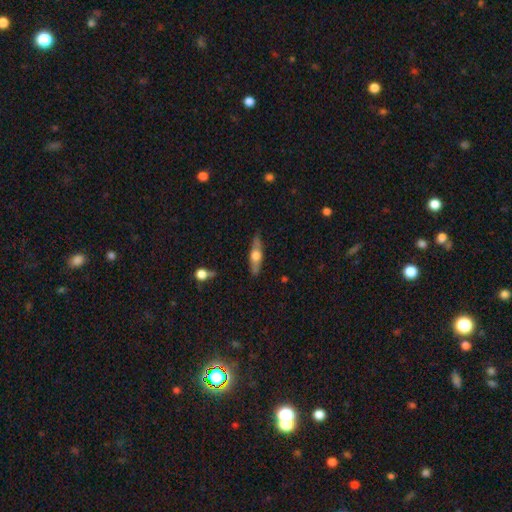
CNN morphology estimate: Smooth or featured?
  - featured or disk: 53% *
  - smooth: 41%
  - star or artifact: 6%
Edge-on disk?
  - yes: 86% *
  - no: 14%
Merging?
  - none: 82% *
  - minor disturbance: 13%
  - major disturbance: 3%
  - merger: 2%